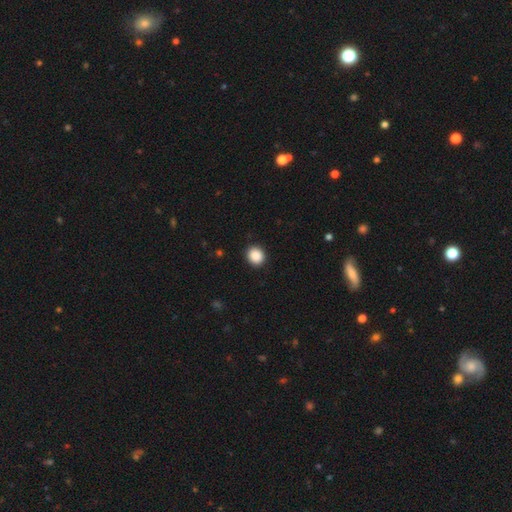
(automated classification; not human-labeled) Smooth or featured? smooth (89%)
How rounded? round (79%)
Merging? none (91%)